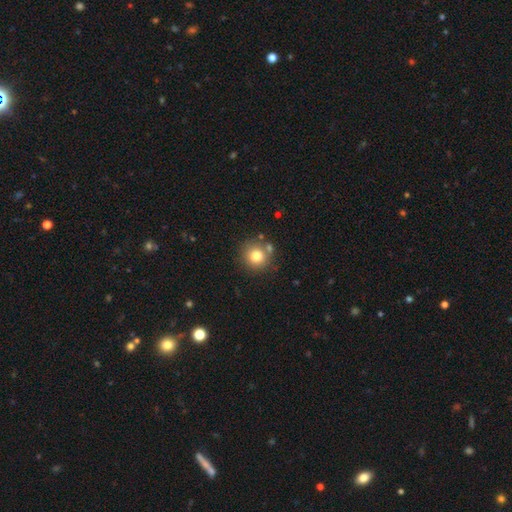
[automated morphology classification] This appears to be a smooth galaxy with no disk features (78%) that is round (93%). Merging: none (77%).